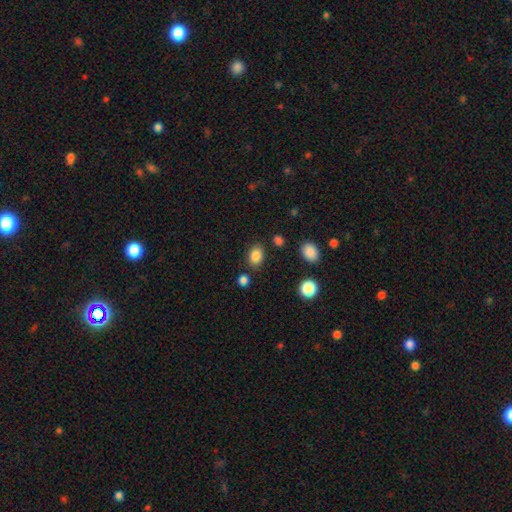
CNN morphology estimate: This appears to be a smooth galaxy with no disk features (85%) that is in between round and cigar-shaped (72%). Merging: none (80%).